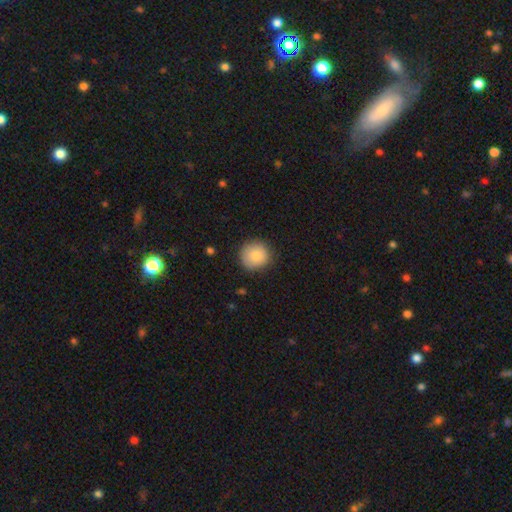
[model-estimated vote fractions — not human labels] A smooth galaxy with no disk features (86%) that is round (93%). Merging: none (86%).